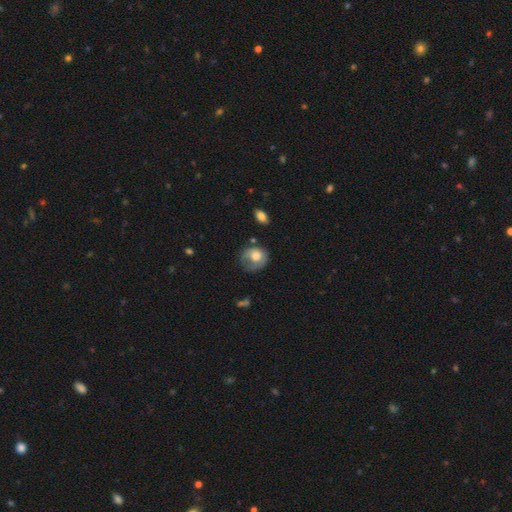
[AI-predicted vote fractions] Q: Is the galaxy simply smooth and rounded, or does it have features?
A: smooth — 62%.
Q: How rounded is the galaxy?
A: round — 71%.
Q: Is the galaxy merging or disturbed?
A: none — 45%.